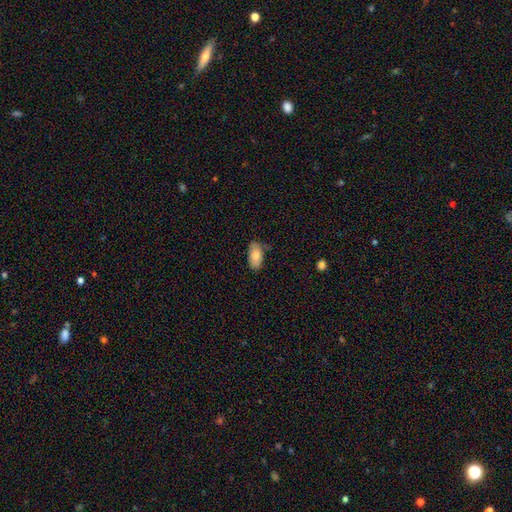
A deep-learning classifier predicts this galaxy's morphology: This appears to be a smooth galaxy with no disk features (82%) that is in between round and cigar-shaped (94%). Merging: none (72%).